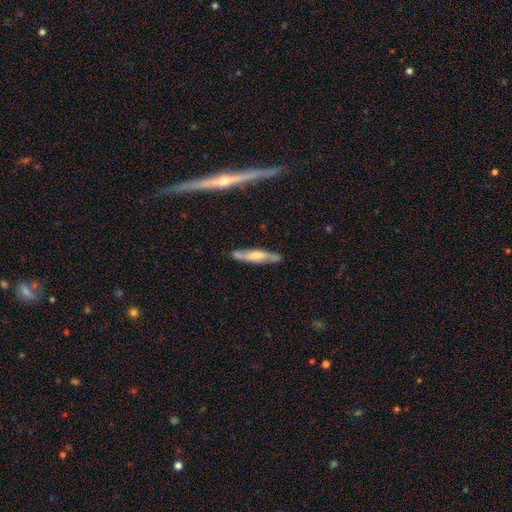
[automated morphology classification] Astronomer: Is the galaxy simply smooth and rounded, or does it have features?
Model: featured or disk — 61%.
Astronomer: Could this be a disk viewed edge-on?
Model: yes — 56% (runner-up: no, 44%).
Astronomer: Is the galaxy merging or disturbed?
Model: none — 81%.